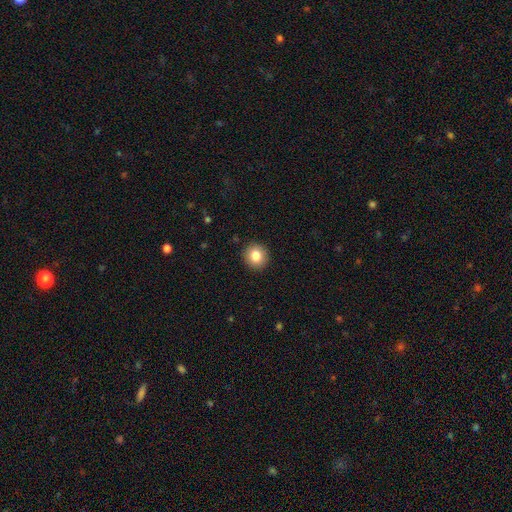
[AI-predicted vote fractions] A smooth galaxy with no disk features (82%) that is round (92%).

Vote fractions:
- Smooth or featured? smooth: 82% / star or artifact: 10% / featured or disk: 8%
- How rounded? round: 92% / in between: 7% / cigar-shaped: 1%
- Merging? none: 92% / minor disturbance: 5% / major disturbance: 2% / merger: 1%